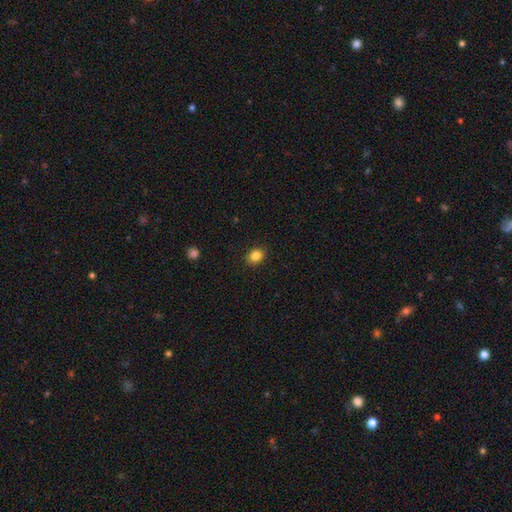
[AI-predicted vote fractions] Morphology: type=smooth (84%); roundness=round (53%); merging=none (89%).